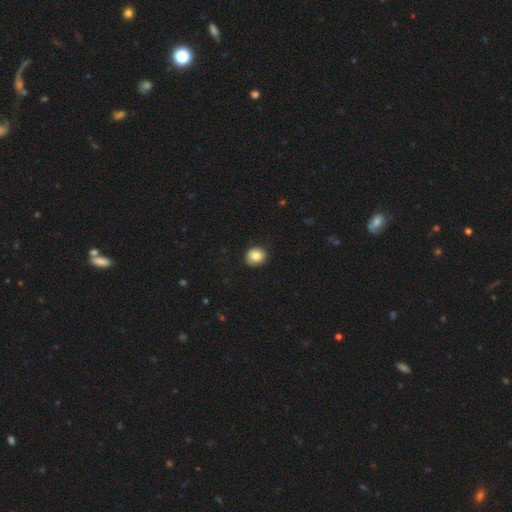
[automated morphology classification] Smooth or featured? Predicted: smooth (p=0.85). How rounded? Predicted: round (p=0.78). Merging? Predicted: none (p=0.88).